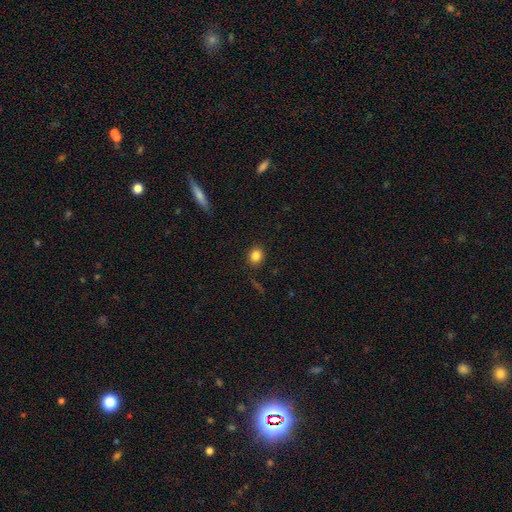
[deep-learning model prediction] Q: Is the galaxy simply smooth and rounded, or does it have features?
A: smooth — 83%.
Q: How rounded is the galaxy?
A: round — 62%.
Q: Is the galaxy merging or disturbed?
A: none — 88%.